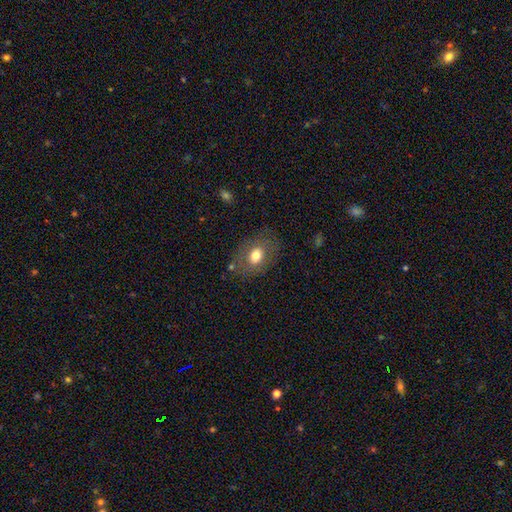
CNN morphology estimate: Smooth or featured: smooth — 68% (featured or disk — 23%)
How rounded: in between — 72% (round — 27%)
Merging: none — 77% (minor disturbance — 14%)